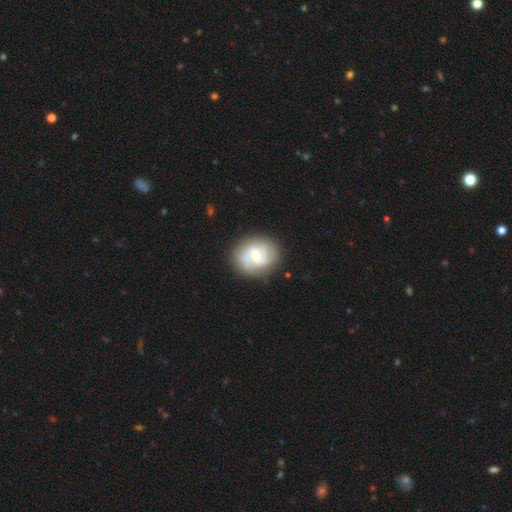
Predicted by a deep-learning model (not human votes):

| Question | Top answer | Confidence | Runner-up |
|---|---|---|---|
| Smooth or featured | featured or disk | 75% | smooth (20%) |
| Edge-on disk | no | 98% | yes (2%) |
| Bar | weak | 50% | no (39%) |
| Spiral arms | yes | 93% | no (7%) |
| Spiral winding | medium | 44% | tight (34%) |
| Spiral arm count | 2 | 58% | 3 (17%) |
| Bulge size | moderate | 49% | small (45%) |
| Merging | none | 83% | minor disturbance (11%) |